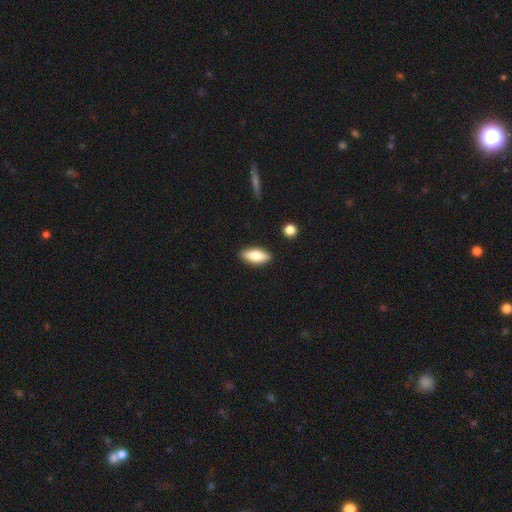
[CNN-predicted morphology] Smooth or featured?
  - smooth: 72% *
  - featured or disk: 22%
  - star or artifact: 6%
How rounded?
  - in between: 76% *
  - cigar-shaped: 22%
  - round: 3%
Merging?
  - none: 88% *
  - minor disturbance: 8%
  - major disturbance: 2%
  - merger: 2%